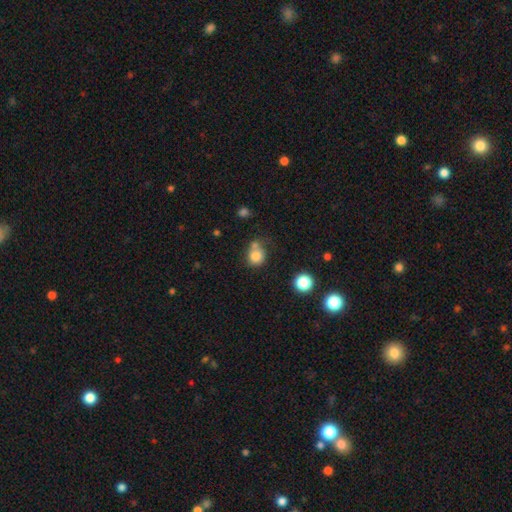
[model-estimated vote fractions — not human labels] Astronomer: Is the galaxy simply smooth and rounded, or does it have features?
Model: smooth — 81%.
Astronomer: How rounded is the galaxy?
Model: round — 79%.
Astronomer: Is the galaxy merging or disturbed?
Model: none — 48% (runner-up: merger, 29%).